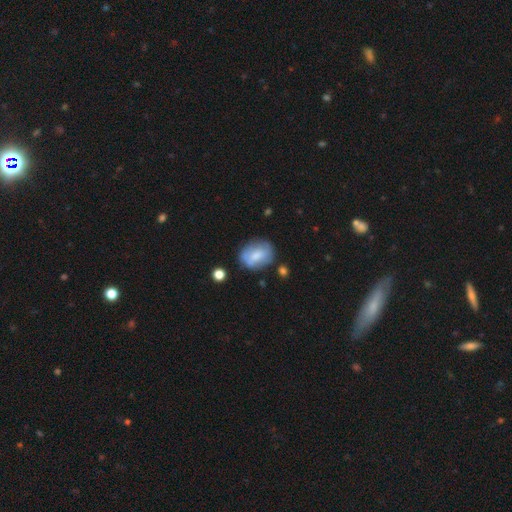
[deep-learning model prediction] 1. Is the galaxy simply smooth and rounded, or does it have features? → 64% smooth, 29% featured or disk, 7% star or artifact.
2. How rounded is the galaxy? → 60% in between, 39% round, 1% cigar-shaped.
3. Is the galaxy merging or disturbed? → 64% none, 23% minor disturbance, 8% major disturbance, 5% merger.